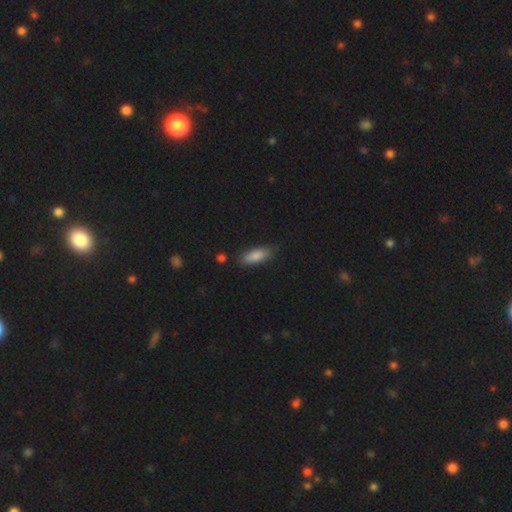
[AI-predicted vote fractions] Smooth or featured? Predicted: smooth (p=0.82). How rounded? Predicted: in between (p=0.68). Merging? Predicted: none (p=0.78).